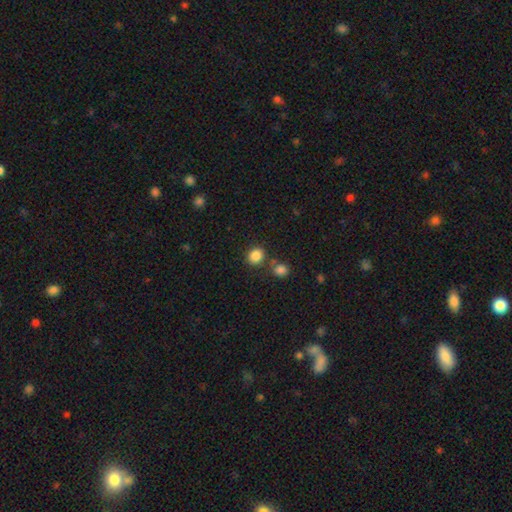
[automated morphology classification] Overall: smooth (86%). How rounded: round (79%). Merging: none (75%).